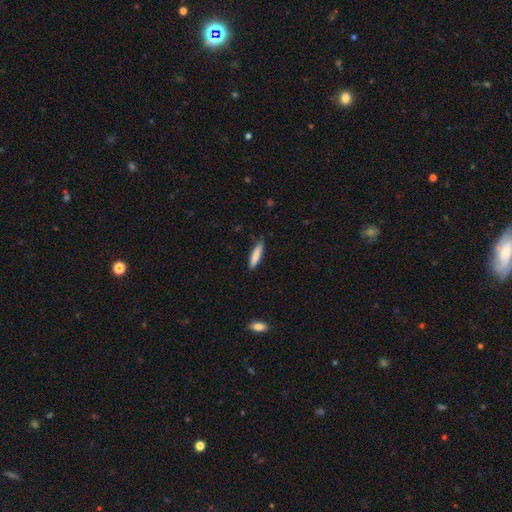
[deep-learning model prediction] smooth-or-featured: smooth: 83% | featured or disk: 11% | star or artifact: 6%
  how-rounded: cigar-shaped: 81% | in between: 17% | round: 1%
  merging: none: 80% | minor disturbance: 16% | major disturbance: 2% | merger: 1%